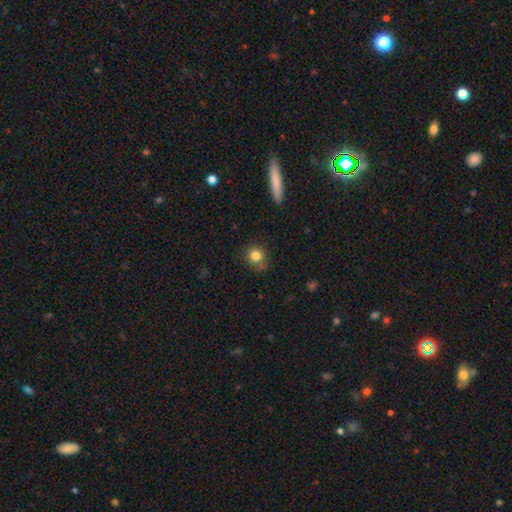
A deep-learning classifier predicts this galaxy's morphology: This appears to be a smooth galaxy with no disk features (82%) that is round (85%). Merging: none (74%).